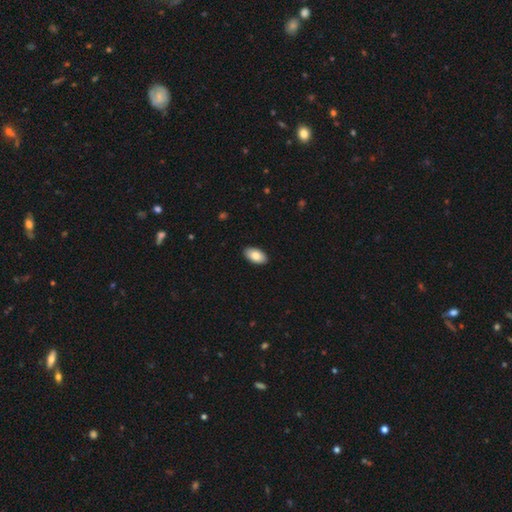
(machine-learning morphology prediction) A smooth galaxy with no disk features (84%) that is in between round and cigar-shaped (95%).

Vote fractions:
- Smooth or featured? smooth: 84% / featured or disk: 10% / star or artifact: 6%
- How rounded? in between: 95% / round: 3% / cigar-shaped: 2%
- Merging? none: 91% / minor disturbance: 7% / major disturbance: 2% / merger: 1%